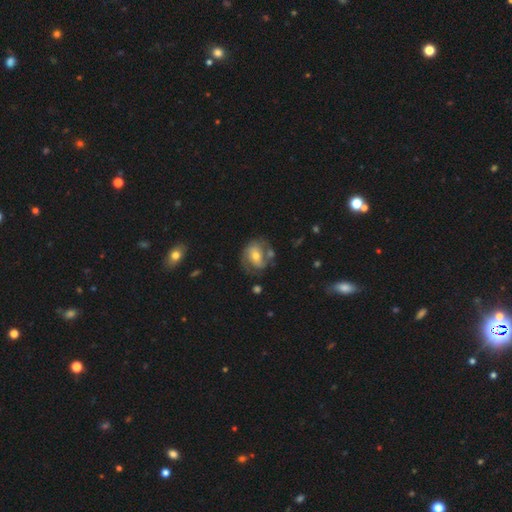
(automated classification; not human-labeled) This appears to be a featured or disk galaxy (62%) with no bar (44%), spiral arms (76%) and a moderate central bulge (61%). Merging: none (53%).